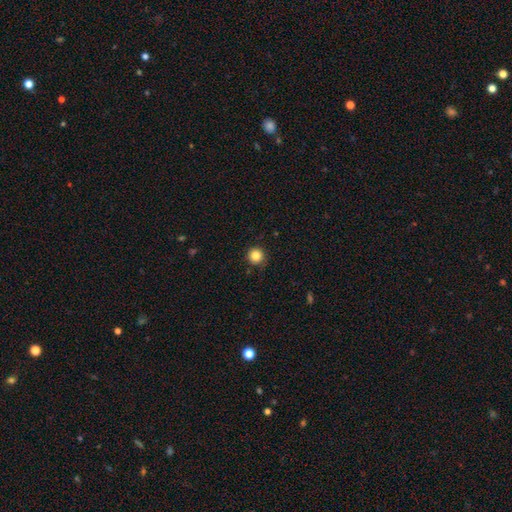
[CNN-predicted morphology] Smooth or featured? Predicted: smooth (p=0.85). How rounded? Predicted: round (p=0.96). Merging? Predicted: none (p=0.90).